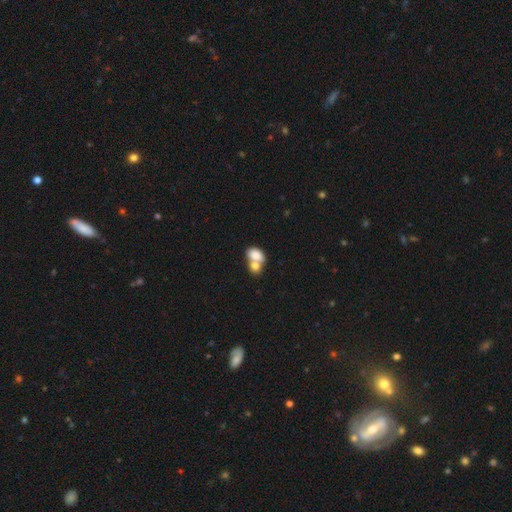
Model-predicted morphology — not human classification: Smooth or featured? smooth (80%)
How rounded? in between (78%)
Merging? merger (66%)